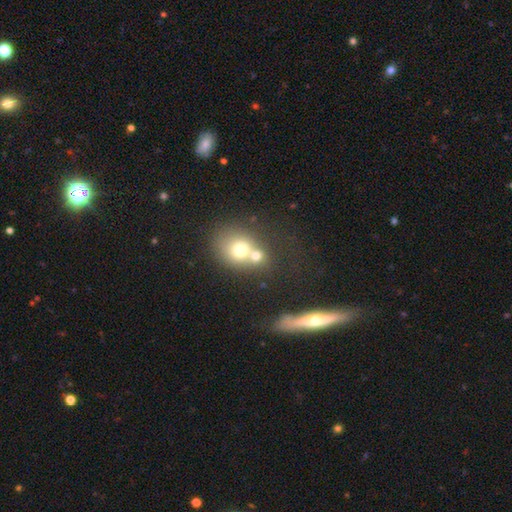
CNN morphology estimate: The model was most divided on "merging": merger: 58%, none: 30%, minor disturbance: 8%, major disturbance: 5%. More confident: how rounded — round (72%); smooth or featured — smooth (67%).